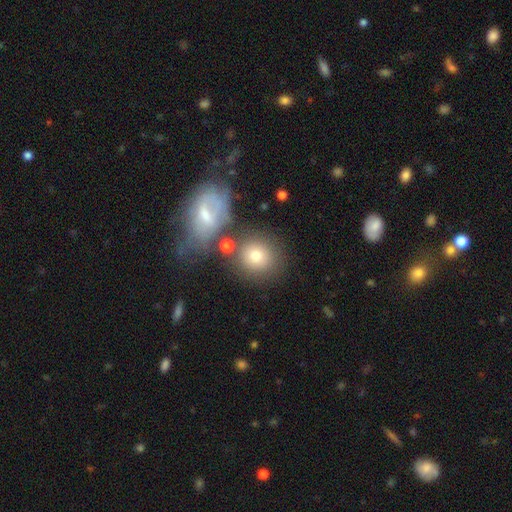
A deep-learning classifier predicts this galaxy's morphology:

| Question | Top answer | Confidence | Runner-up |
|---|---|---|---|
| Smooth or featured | smooth | 73% | featured or disk (17%) |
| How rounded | round | 84% | in between (15%) |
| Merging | none | 65% | merger (17%) |